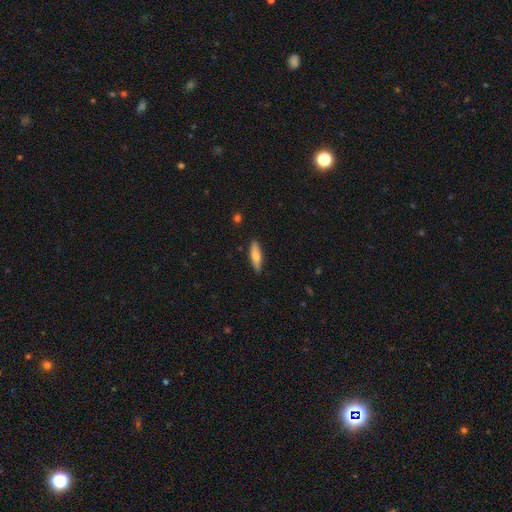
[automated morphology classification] Smooth or featured? smooth (68%)
How rounded? cigar-shaped (63%)
Merging? none (87%)